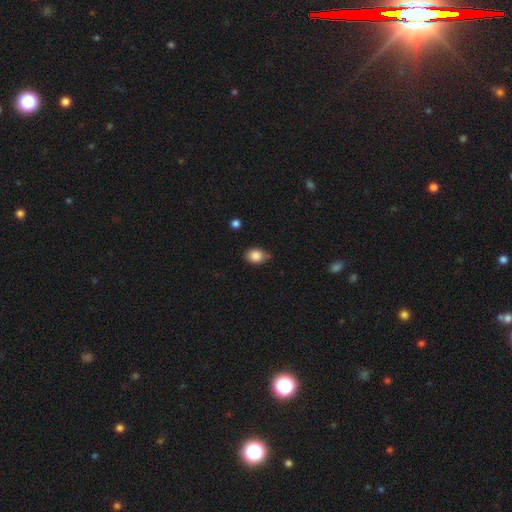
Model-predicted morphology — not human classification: A smooth galaxy with no disk features (85%) that is in between round and cigar-shaped (59%).

Vote fractions:
- Smooth or featured? smooth: 85% / star or artifact: 9% / featured or disk: 6%
- How rounded? in between: 59% / round: 39% / cigar-shaped: 1%
- Merging? none: 63% / minor disturbance: 30% / major disturbance: 5% / merger: 3%